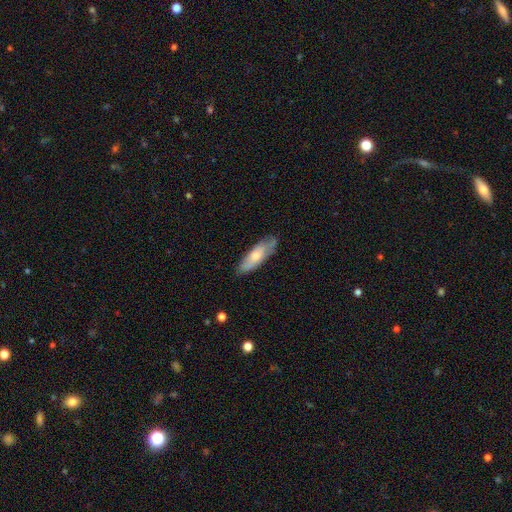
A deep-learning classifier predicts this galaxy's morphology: smooth_or_featured: smooth (p=0.56) [alt: featured or disk p=0.37]
how_rounded: in between (p=0.55) [alt: cigar-shaped p=0.44]
merging: none (p=0.73) [alt: minor disturbance p=0.21]